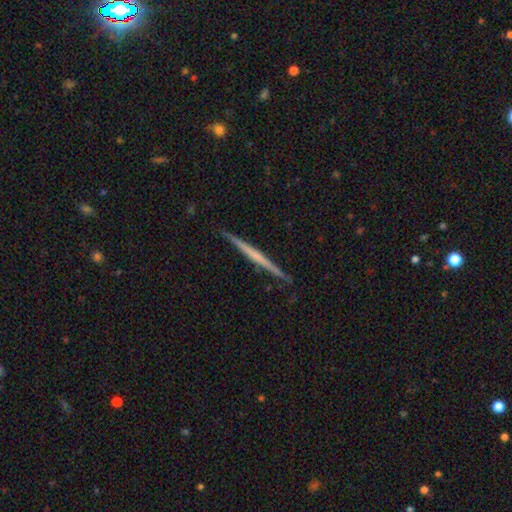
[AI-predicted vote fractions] smooth-or-featured: featured or disk: 64% | smooth: 30% | star or artifact: 5%
  disk-edge-on: yes: 98% | no: 2%
    edge-on-bulge: none: 75% | rounded: 17% | boxy: 8%
  merging: none: 91% | minor disturbance: 6% | major disturbance: 1% | merger: 1%